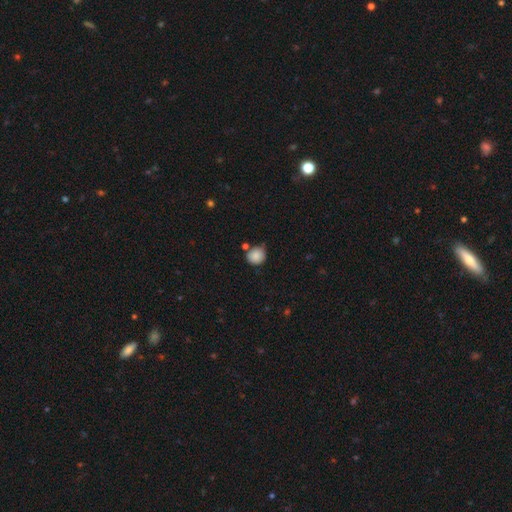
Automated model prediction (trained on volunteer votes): Smooth or featured?
  - smooth: 86% *
  - star or artifact: 9%
  - featured or disk: 5%
How rounded?
  - round: 84% *
  - in between: 15%
  - cigar-shaped: 1%
Merging?
  - none: 59% *
  - minor disturbance: 25%
  - merger: 10%
  - major disturbance: 5%